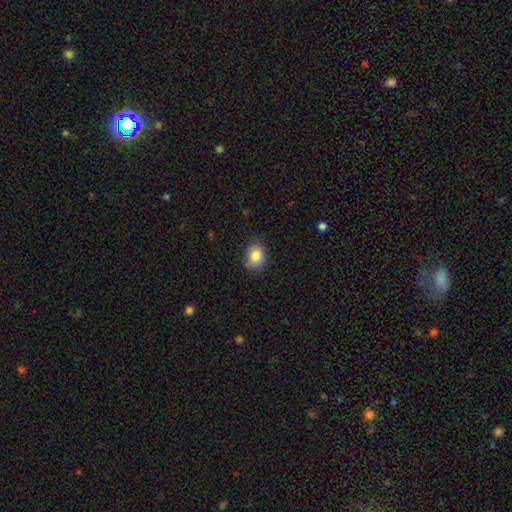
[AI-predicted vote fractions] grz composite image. It shows a smooth galaxy with no disk features (84%) that is round (52%). Merging: none (79%).